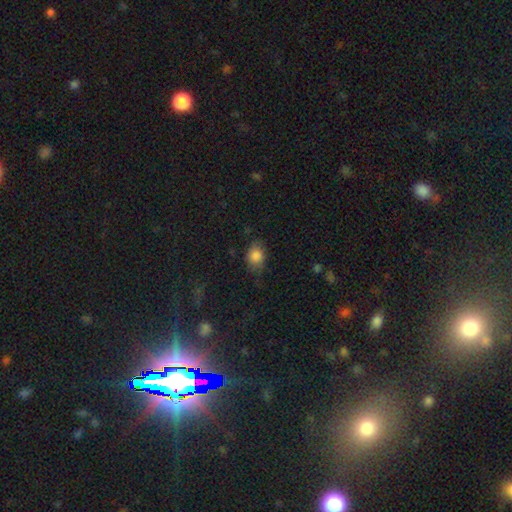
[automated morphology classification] type=smooth (83%); roundness=in between (58%); merging=none (63%).